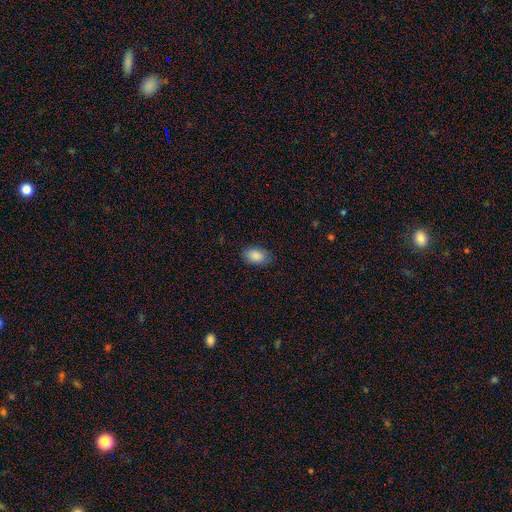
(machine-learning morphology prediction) smooth 88%, star or artifact 7%, featured or disk 5%. Down the decision tree: how rounded — in between (89%); merging — none (83%).